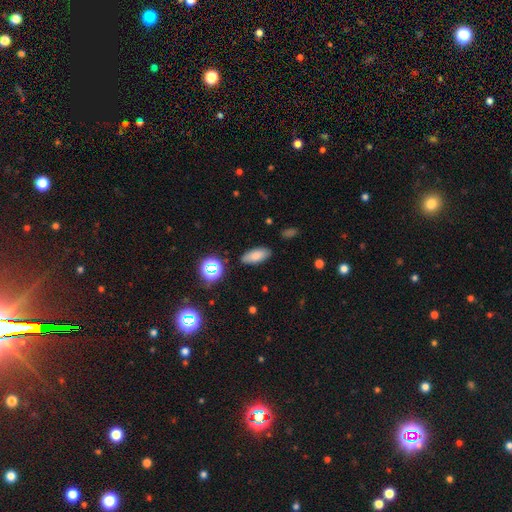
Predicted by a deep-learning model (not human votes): Smooth or featured? Predicted: smooth (p=0.80). How rounded? Predicted: in between (p=0.84). Merging? Predicted: none (p=0.85).